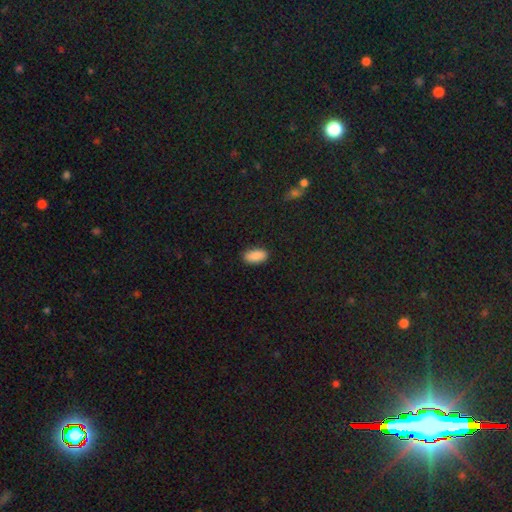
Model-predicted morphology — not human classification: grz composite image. It shows a smooth galaxy with no disk features (89%) that is in between round and cigar-shaped (93%). Merging: none (88%).